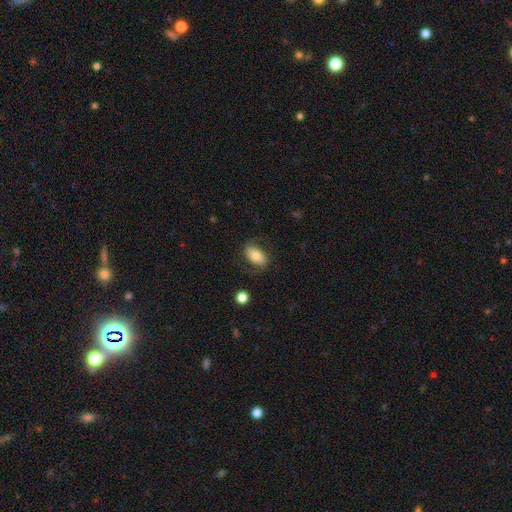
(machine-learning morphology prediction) smooth 65%, featured or disk 28%, star or artifact 8%. Down the decision tree: how rounded — in between (90%); merging — none (70%).